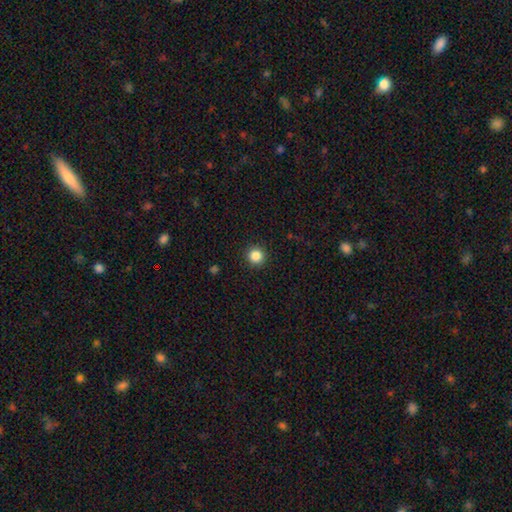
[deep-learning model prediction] The model was most divided on "smooth or featured": smooth: 85%, star or artifact: 11%, featured or disk: 4%. More confident: how rounded — round (95%); merging — none (92%).